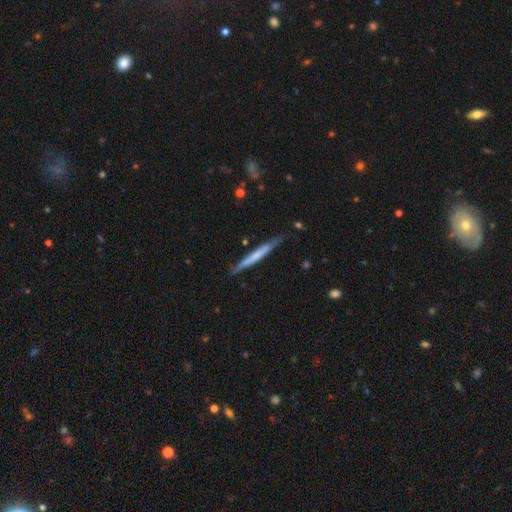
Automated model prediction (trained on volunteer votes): Morphology: type=smooth (50%); merging=none (80%).